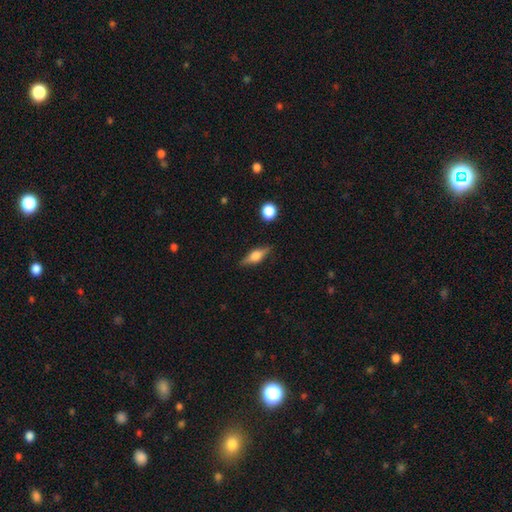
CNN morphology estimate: smooth-or-featured: featured or disk: 56% | smooth: 37% | star or artifact: 8%
  disk-edge-on: yes: 94% | no: 6%
    edge-on-bulge: rounded: 89% | boxy: 9% | none: 2%
  merging: none: 84% | minor disturbance: 11% | major disturbance: 3% | merger: 2%